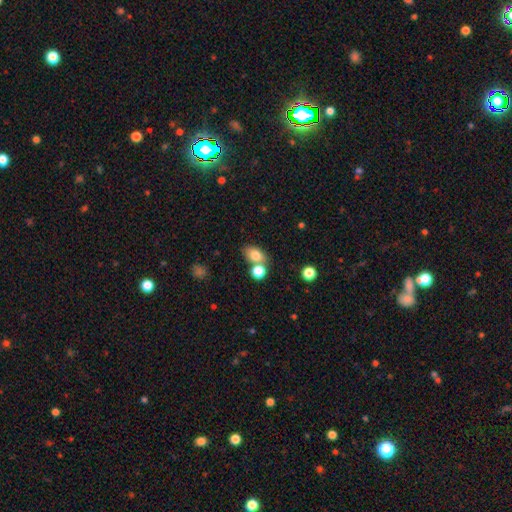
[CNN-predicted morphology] smooth-or-featured: smooth: 79% | star or artifact: 11% | featured or disk: 11%
  how-rounded: in between: 76% | round: 22% | cigar-shaped: 2%
  merging: none: 57% | merger: 27% | minor disturbance: 12% | major disturbance: 4%